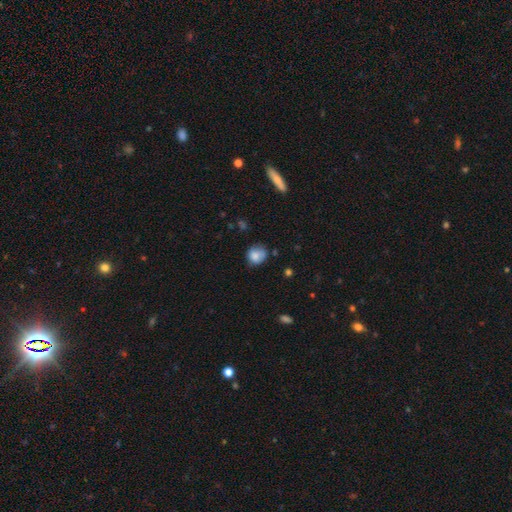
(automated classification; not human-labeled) Morphology: type=smooth (80%); roundness=round (72%); merging=none (57%).